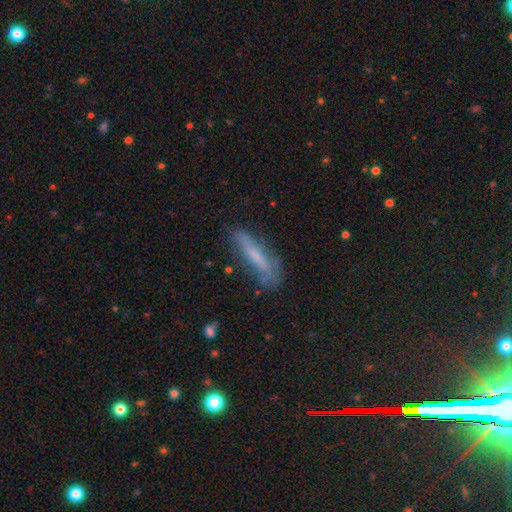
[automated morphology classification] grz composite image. It shows a smooth galaxy with no disk features (54%) that is cigar-shaped (83%). Merging: none (71%).